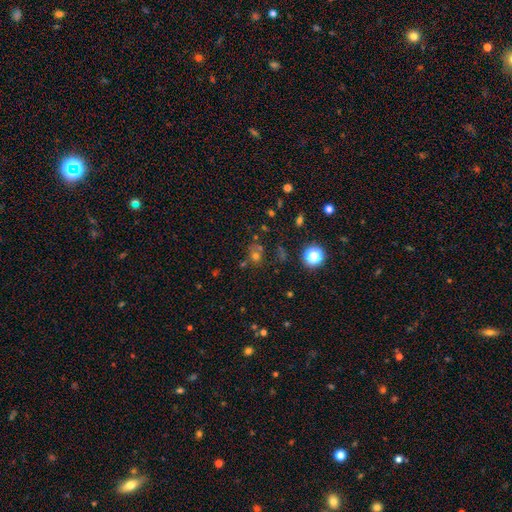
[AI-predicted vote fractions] smooth_or_featured: smooth (p=0.54) [alt: star or artifact p=0.33]
how_rounded: round (p=0.80) [alt: in between p=0.19]
merging: none (p=0.56) [alt: merger p=0.23]